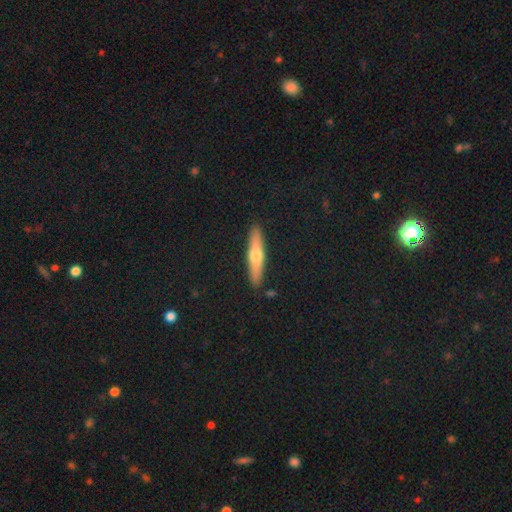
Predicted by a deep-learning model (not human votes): This appears to be a featured or disk galaxy (48%). Merging: none (91%).